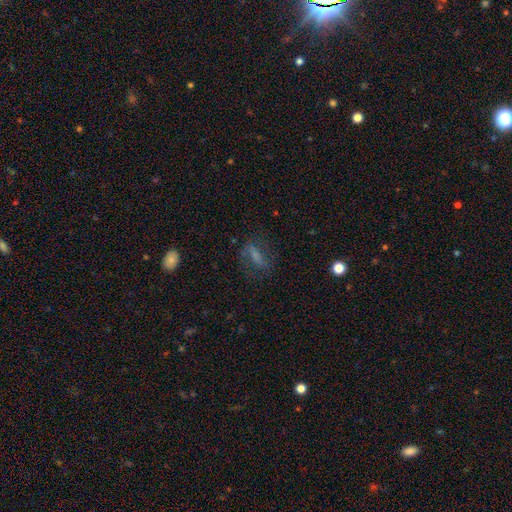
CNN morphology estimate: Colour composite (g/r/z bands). It shows a featured or disk galaxy (44%). Merging: none (66%).